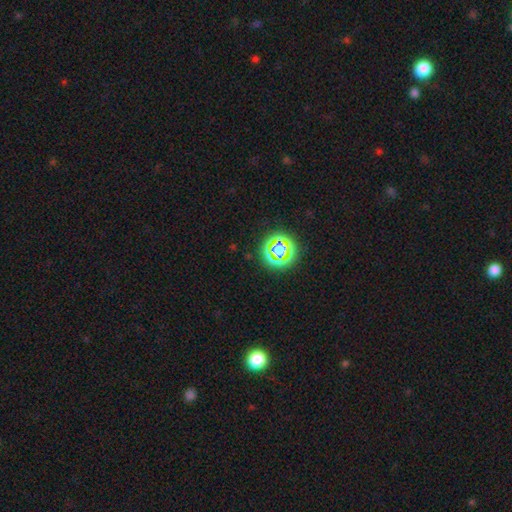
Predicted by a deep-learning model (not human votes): The model was most divided on "smooth or featured": star or artifact: 56%, smooth: 37%, featured or disk: 6%.